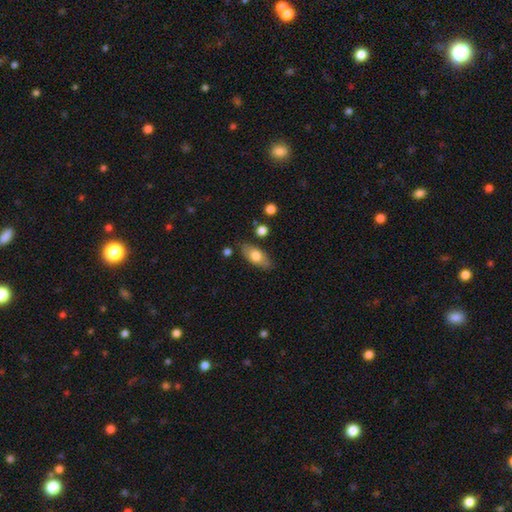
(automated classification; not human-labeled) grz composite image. It shows a smooth galaxy with no disk features (70%) that is in between round and cigar-shaped (85%). Merging: none (79%).